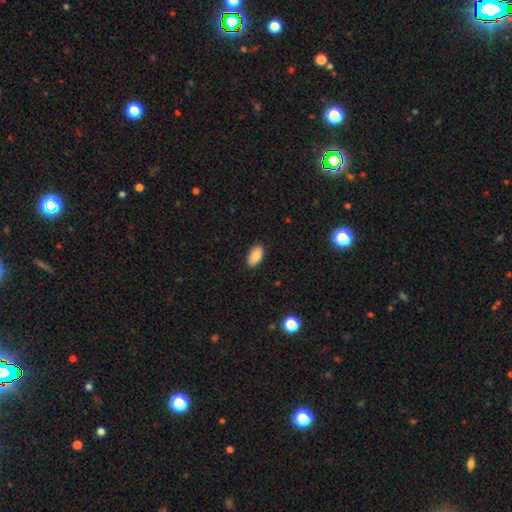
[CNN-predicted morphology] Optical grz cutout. It shows a smooth galaxy with no disk features (89%) that is in between round and cigar-shaped (94%). Merging: none (88%).